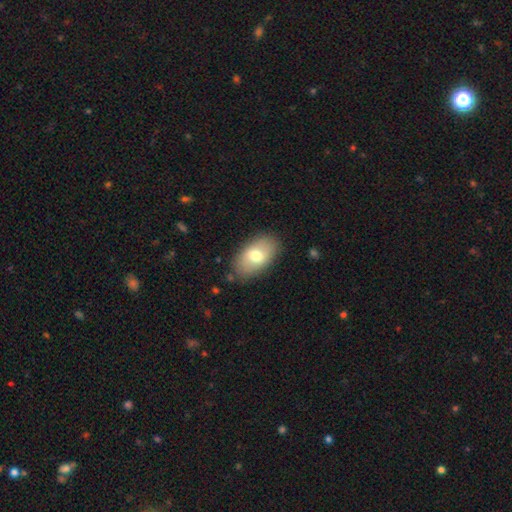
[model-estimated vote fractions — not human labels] This appears to be a smooth galaxy with no disk features (71%) that is in between round and cigar-shaped (92%). Merging: none (83%).